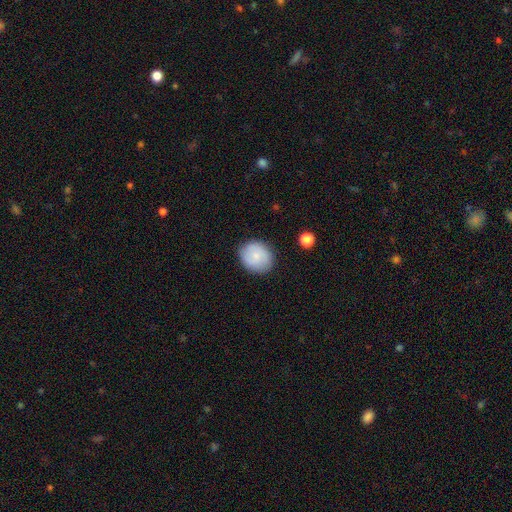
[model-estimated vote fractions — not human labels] Smooth or featured? Predicted: smooth (p=0.76). How rounded? Predicted: round (p=0.74). Merging? Predicted: none (p=0.85).